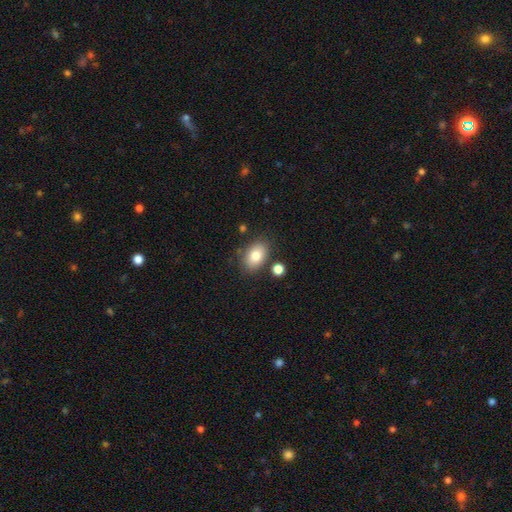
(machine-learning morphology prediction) smooth-or-featured: smooth: 81% | featured or disk: 11% | star or artifact: 8%
  how-rounded: in between: 85% | round: 14% | cigar-shaped: 1%
  merging: none: 79% | minor disturbance: 12% | merger: 6% | major disturbance: 3%